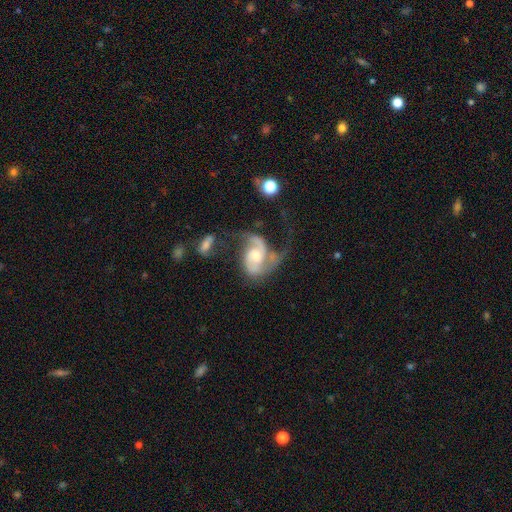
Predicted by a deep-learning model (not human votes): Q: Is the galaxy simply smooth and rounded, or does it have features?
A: featured or disk — 85%.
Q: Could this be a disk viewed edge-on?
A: no — 98%.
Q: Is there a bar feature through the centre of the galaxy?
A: no — 54%.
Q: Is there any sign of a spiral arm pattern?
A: yes — 94%.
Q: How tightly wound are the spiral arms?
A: medium — 47%.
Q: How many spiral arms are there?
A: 2 — 78%.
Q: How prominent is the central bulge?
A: moderate — 56%.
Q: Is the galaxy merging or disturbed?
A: major disturbance — 37%.